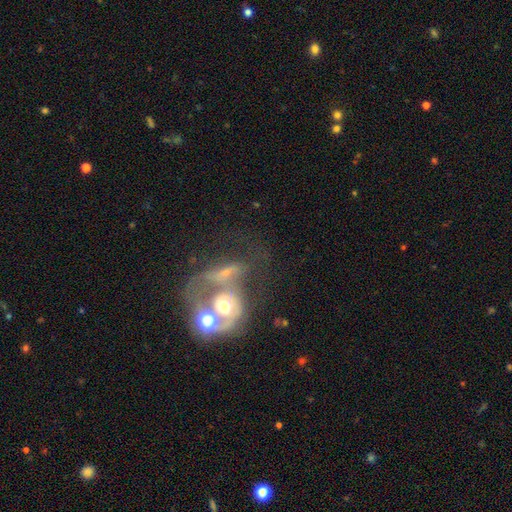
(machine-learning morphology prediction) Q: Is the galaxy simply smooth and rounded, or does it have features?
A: featured or disk — 52%.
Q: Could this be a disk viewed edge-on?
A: no — 91%.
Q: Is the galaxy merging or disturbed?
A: merger — 56%.